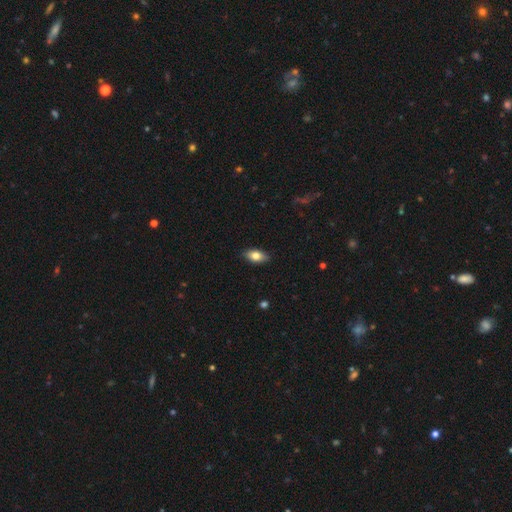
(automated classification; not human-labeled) Smooth or featured?
  - smooth: 77% *
  - featured or disk: 16%
  - star or artifact: 7%
How rounded?
  - in between: 88% *
  - cigar-shaped: 7%
  - round: 5%
Merging?
  - none: 88% *
  - minor disturbance: 9%
  - major disturbance: 2%
  - merger: 1%